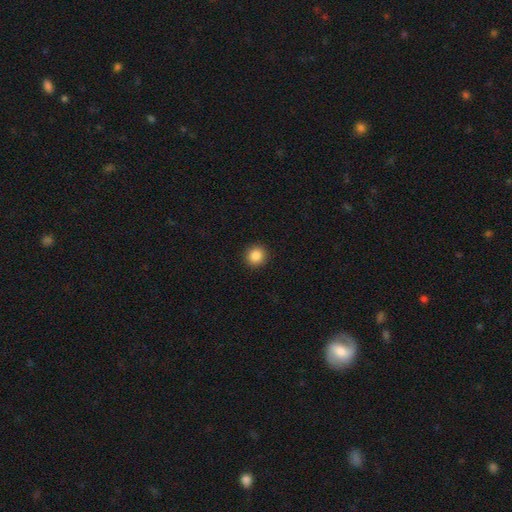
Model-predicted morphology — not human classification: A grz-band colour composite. It shows a smooth galaxy with no disk features (87%) that is round (91%). Merging: none (93%).